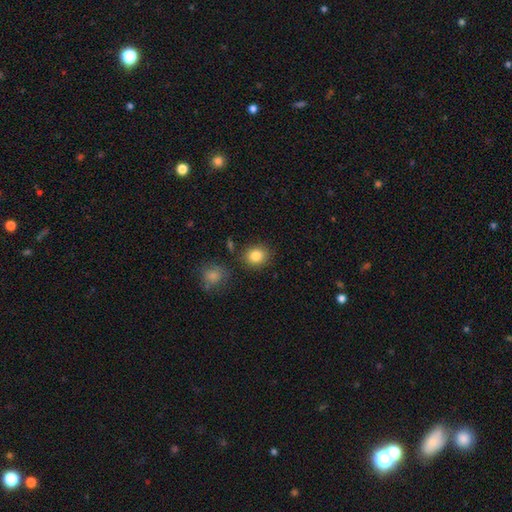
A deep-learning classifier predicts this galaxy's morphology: This is clearly a smooth galaxy (84%). How rounded: likely round (73%). Merging: clearly none (82%).